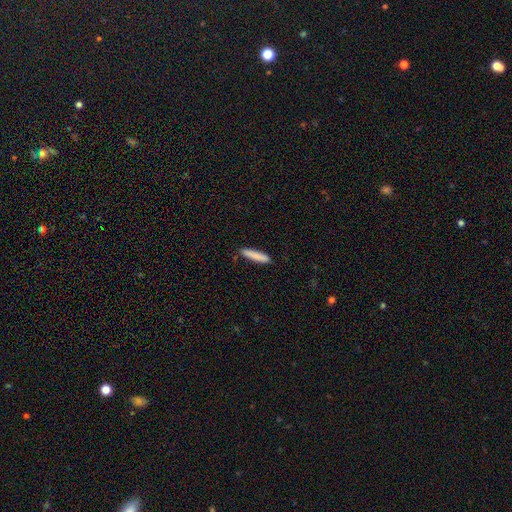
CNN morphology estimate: Q: Smooth or featured?
A: smooth (86%); runner-up: featured or disk (9%)
Q: How rounded?
A: cigar-shaped (88%); runner-up: in between (11%)
Q: Merging?
A: none (88%); runner-up: minor disturbance (9%)